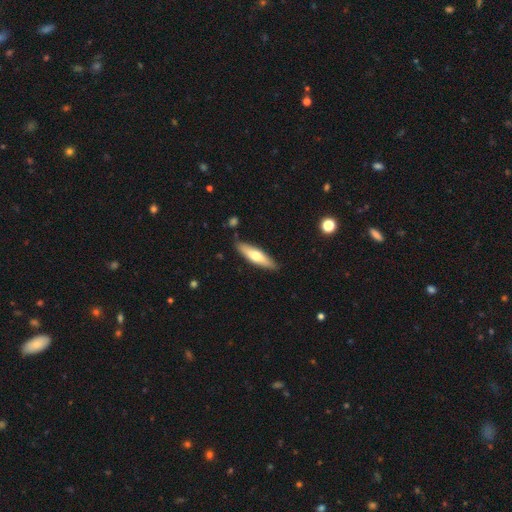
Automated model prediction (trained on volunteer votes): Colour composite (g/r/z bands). It shows a smooth galaxy with no disk features (59%) that is cigar-shaped (68%). Merging: none (85%).